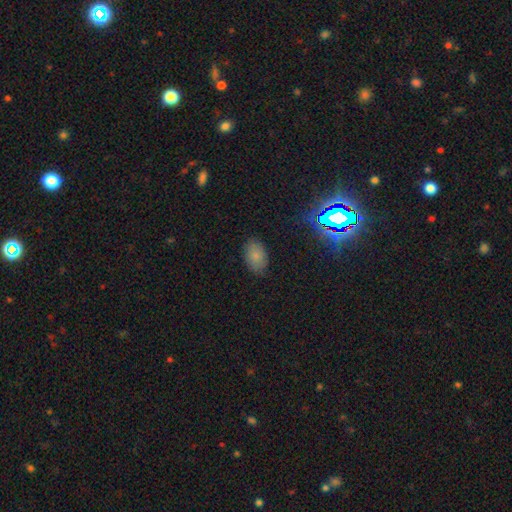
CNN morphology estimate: This is likely a smooth galaxy (79%). How rounded: clearly in between (87%). Merging: clearly none (84%).